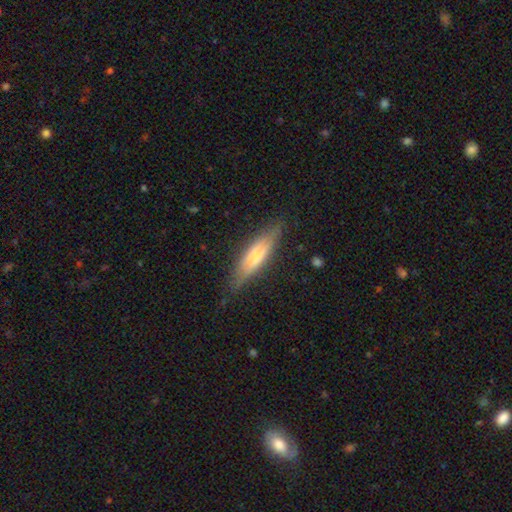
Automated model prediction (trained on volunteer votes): The model was most divided on "smooth or featured": smooth: 49%, featured or disk: 44%, star or artifact: 7%. More confident: merging — none (82%).